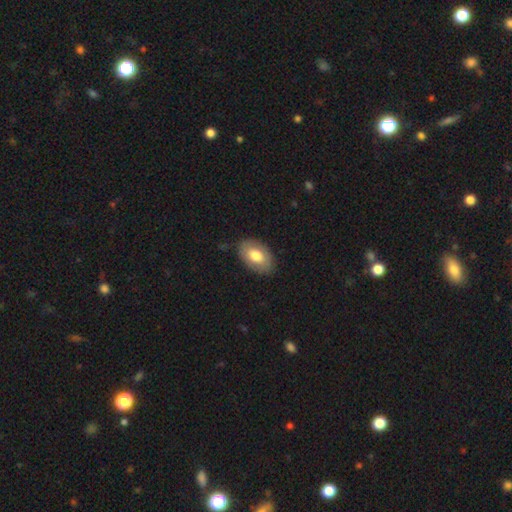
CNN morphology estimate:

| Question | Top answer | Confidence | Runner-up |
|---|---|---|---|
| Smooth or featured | smooth | 72% | featured or disk (22%) |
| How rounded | in between | 91% | round (8%) |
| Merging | none | 81% | minor disturbance (14%) |